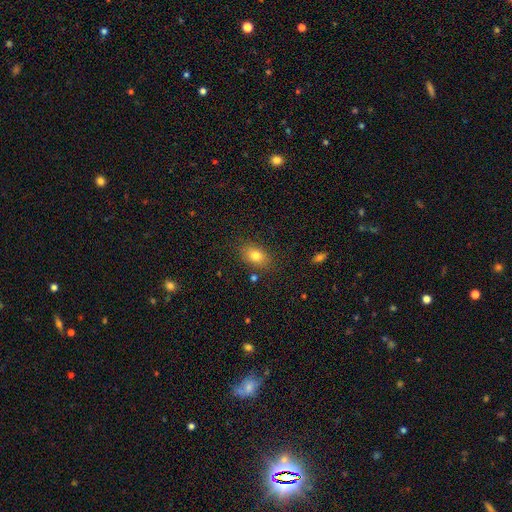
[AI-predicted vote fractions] Smooth or featured?
  - smooth: 79% *
  - featured or disk: 11%
  - star or artifact: 11%
How rounded?
  - in between: 80% *
  - round: 18%
  - cigar-shaped: 2%
Merging?
  - none: 82% *
  - minor disturbance: 12%
  - major disturbance: 3%
  - merger: 3%